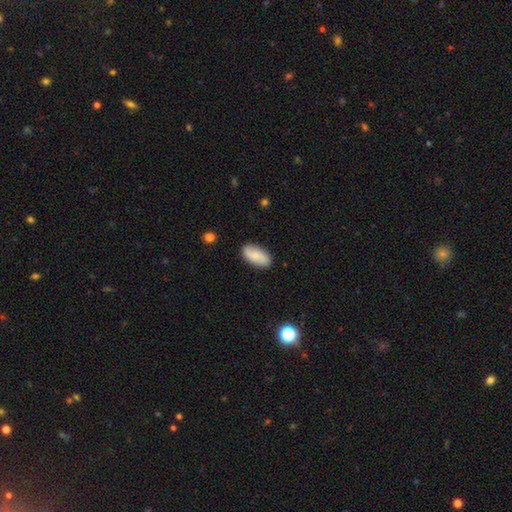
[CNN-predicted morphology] smooth 68%, featured or disk 26%, star or artifact 7%. Down the decision tree: how rounded — in between (93%); merging — none (85%).